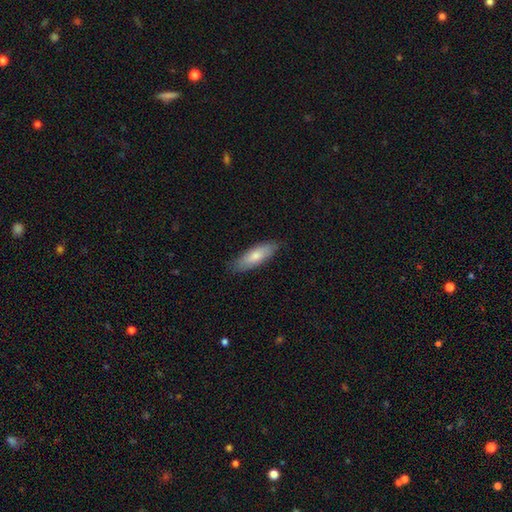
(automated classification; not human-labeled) smooth 77%, featured or disk 18%, star or artifact 5%. Down the decision tree: how rounded — in between (59%); merging — none (83%).